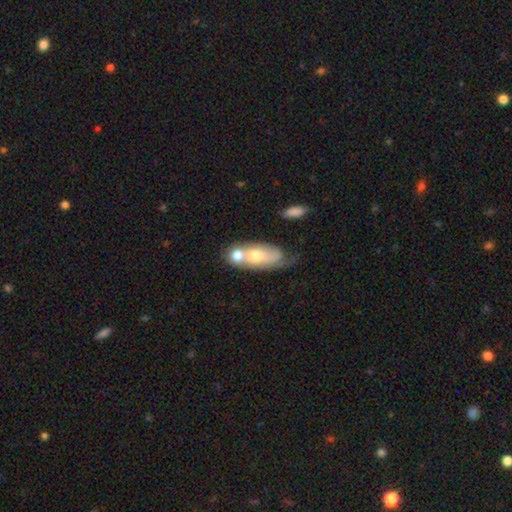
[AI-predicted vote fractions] Smooth or featured? smooth (47%)
Merging? merger (39%)